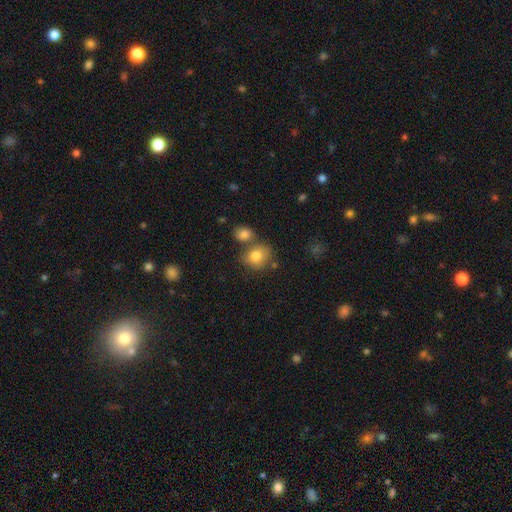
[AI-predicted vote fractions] Smooth or featured: smooth — 80% (featured or disk — 10%)
How rounded: round — 60% (in between — 39%)
Merging: none — 55% (merger — 28%)